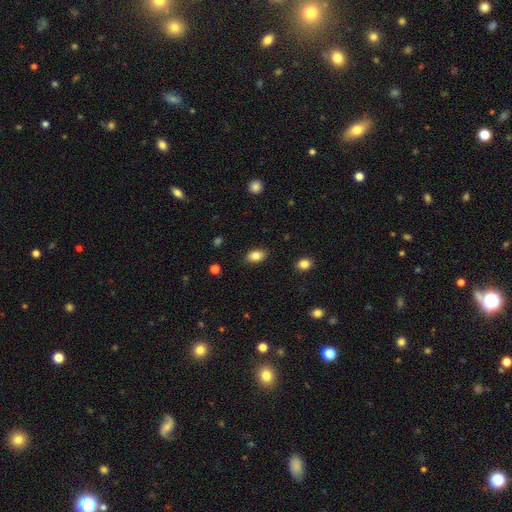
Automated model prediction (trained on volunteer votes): Morphology: type=smooth (82%); roundness=in between (88%); merging=none (87%).